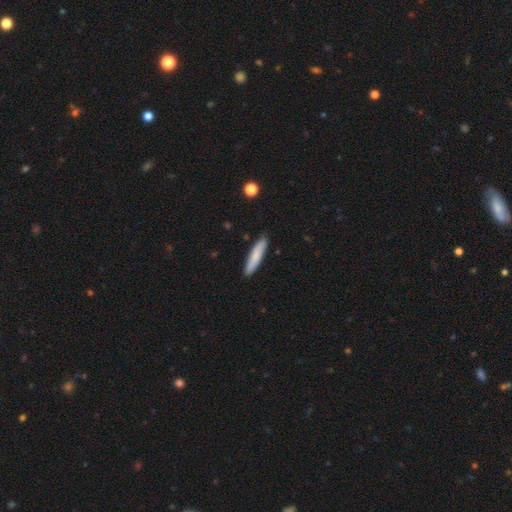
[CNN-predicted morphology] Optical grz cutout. It shows a smooth galaxy with no disk features (81%) that is cigar-shaped (87%). Merging: none (88%).